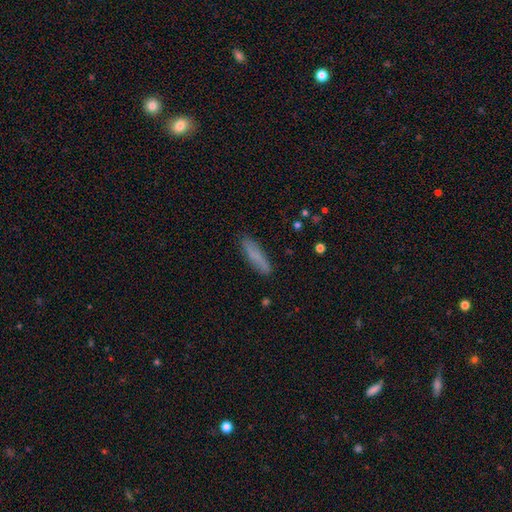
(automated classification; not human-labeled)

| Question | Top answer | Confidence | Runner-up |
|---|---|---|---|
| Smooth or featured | smooth | 73% | featured or disk (19%) |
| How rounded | cigar-shaped | 77% | in between (22%) |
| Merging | none | 84% | minor disturbance (12%) |